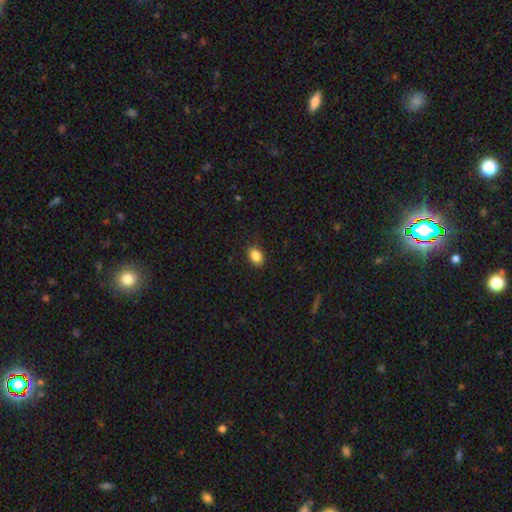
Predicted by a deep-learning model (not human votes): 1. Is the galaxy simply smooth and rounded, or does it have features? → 87% smooth, 9% star or artifact, 4% featured or disk.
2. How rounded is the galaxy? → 74% in between, 25% round, 1% cigar-shaped.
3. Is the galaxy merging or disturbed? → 85% none, 12% minor disturbance, 2% major disturbance, 1% merger.